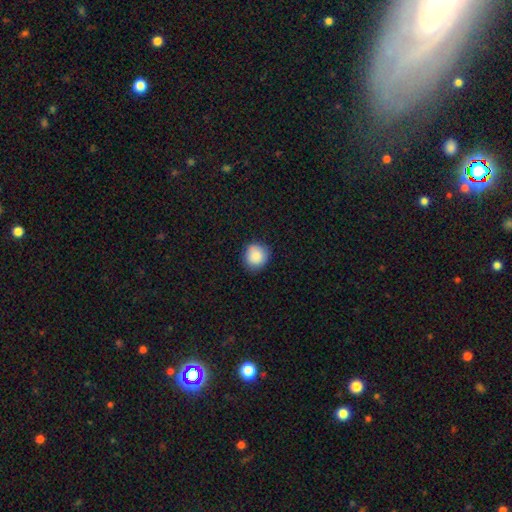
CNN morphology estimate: type=smooth (87%); roundness=round (88%); merging=none (80%).